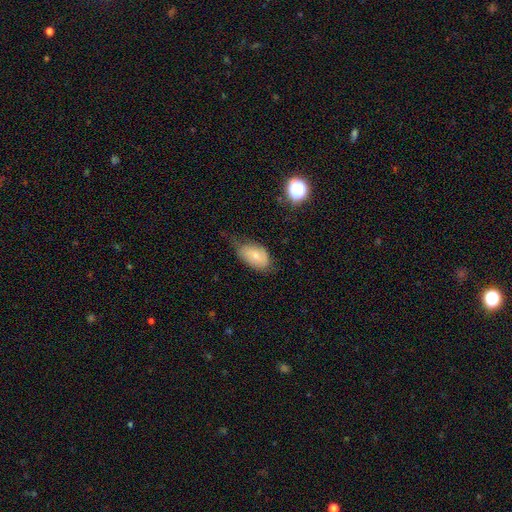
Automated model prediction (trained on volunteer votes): smooth-or-featured: smooth: 60% | featured or disk: 32% | star or artifact: 8%
  how-rounded: in between: 90% | round: 9% | cigar-shaped: 2%
  merging: none: 43% | minor disturbance: 39% | major disturbance: 16% | merger: 2%